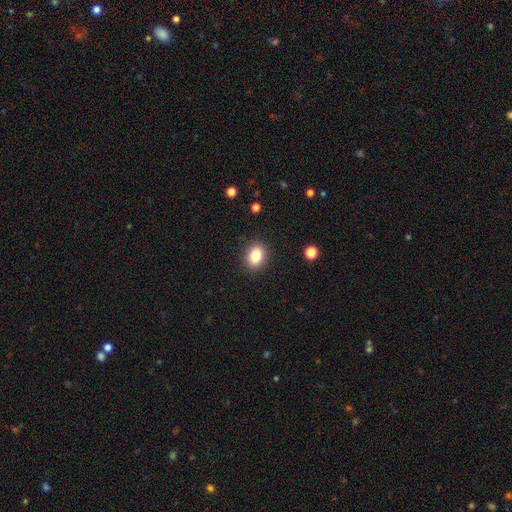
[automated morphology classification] Smooth or featured: smooth — 83% (star or artifact — 10%)
How rounded: in between — 59% (round — 40%)
Merging: none — 89% (minor disturbance — 8%)